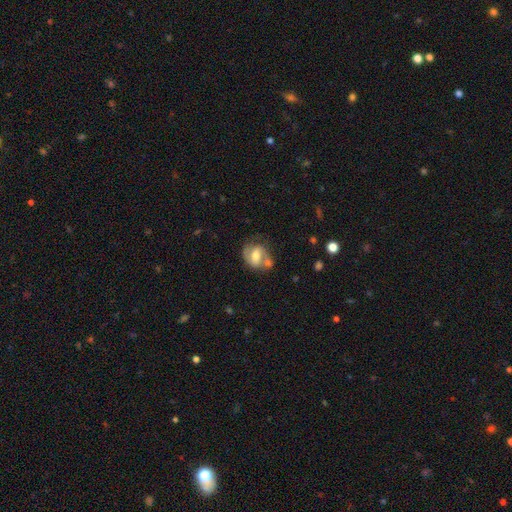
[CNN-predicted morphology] featured or disk 56%, smooth 37%, star or artifact 7%. Down the decision tree: edge-on disk — no (96%); bar — weak (44%); spiral arms — yes (74%); bulge size — moderate (62%); merging — none (43%).